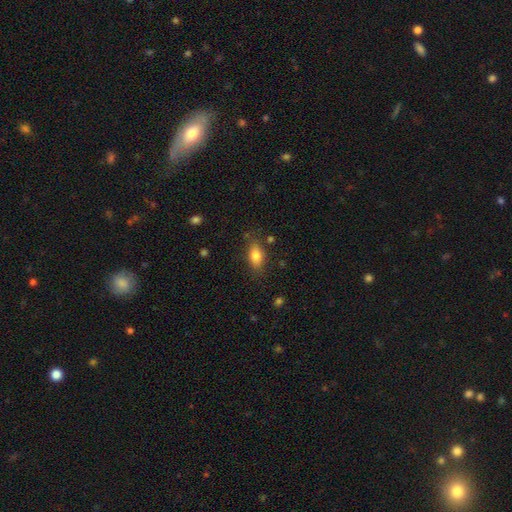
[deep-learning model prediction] This appears to be a smooth galaxy with no disk features (81%) that is in between round and cigar-shaped (85%). Merging: none (80%).